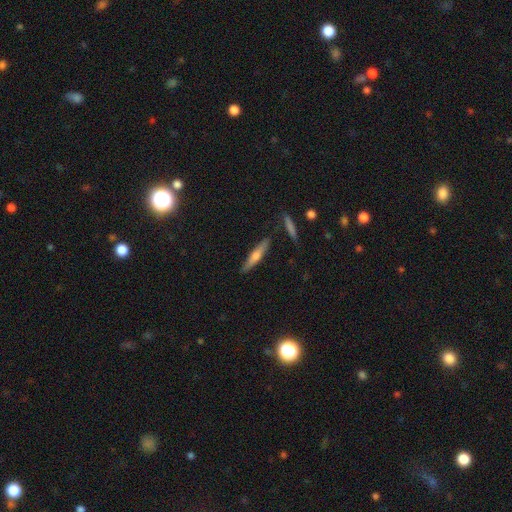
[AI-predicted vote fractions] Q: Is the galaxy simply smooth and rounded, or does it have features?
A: smooth — 50%.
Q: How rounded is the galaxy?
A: cigar-shaped — 87%.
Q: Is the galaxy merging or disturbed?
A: none — 85%.